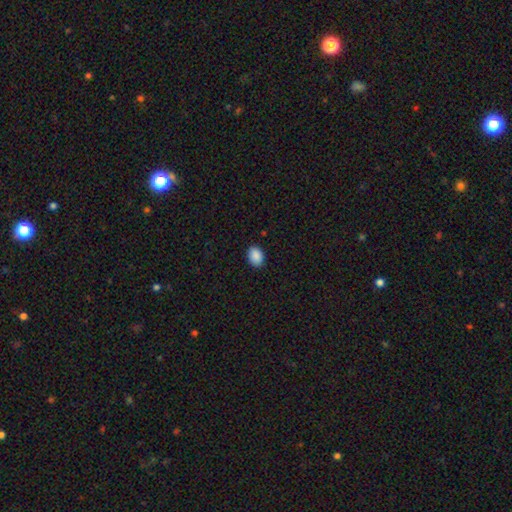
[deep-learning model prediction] Q: Smooth or featured?
A: smooth (90%); runner-up: star or artifact (7%)
Q: How rounded?
A: in between (79%); runner-up: round (20%)
Q: Merging?
A: none (89%); runner-up: minor disturbance (8%)